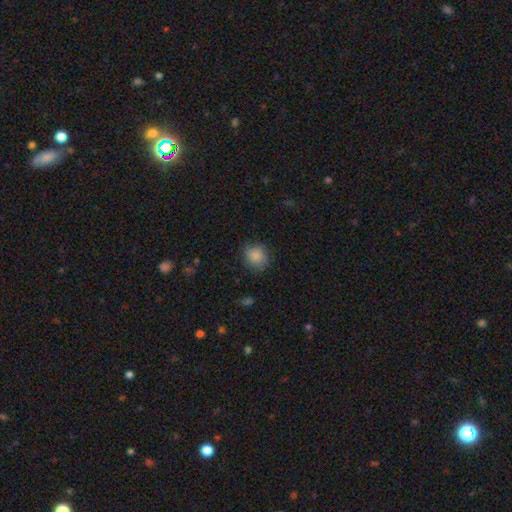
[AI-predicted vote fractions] A smooth galaxy with no disk features (86%) that is round (81%). Merging: none (79%).